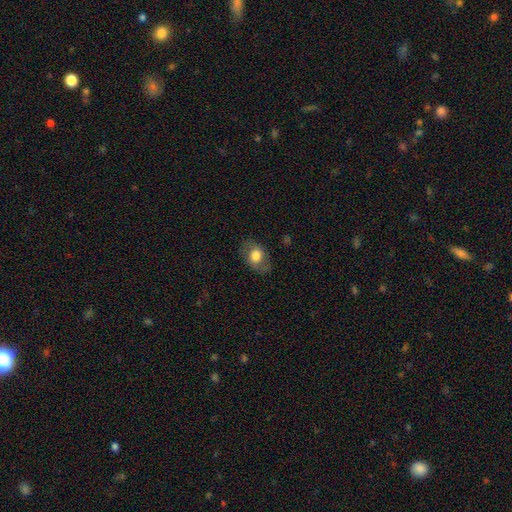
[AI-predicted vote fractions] smooth_or_featured: smooth (p=0.59) [alt: featured or disk p=0.33]
how_rounded: in between (p=0.79) [alt: round p=0.19]
merging: none (p=0.77) [alt: minor disturbance p=0.15]